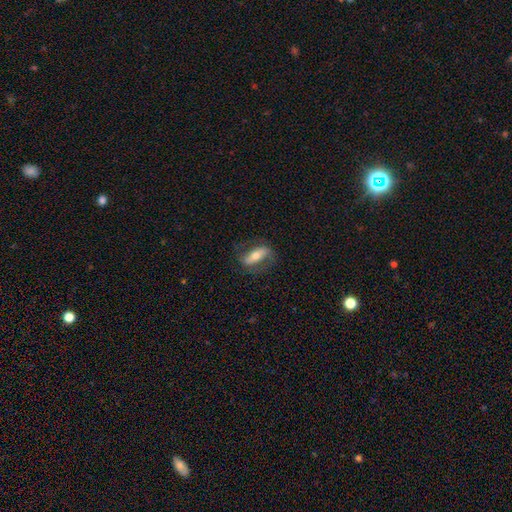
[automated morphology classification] type=featured or disk (56%); edge-on=no (79%); merging=none (73%).